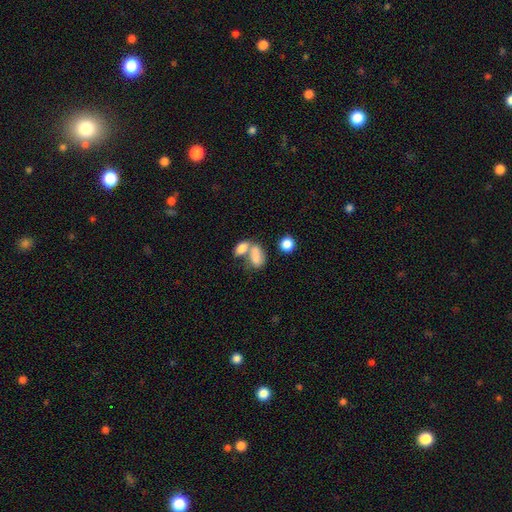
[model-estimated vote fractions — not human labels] Smooth or featured?
  - smooth: 79% *
  - featured or disk: 12%
  - star or artifact: 9%
How rounded?
  - in between: 86% *
  - round: 9%
  - cigar-shaped: 5%
Merging?
  - merger: 58% *
  - none: 25%
  - minor disturbance: 10%
  - major disturbance: 8%